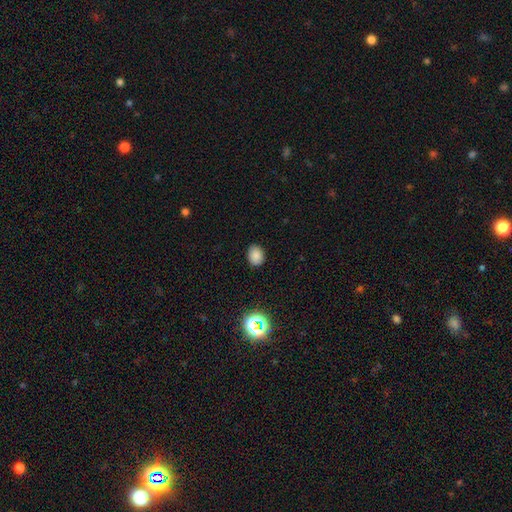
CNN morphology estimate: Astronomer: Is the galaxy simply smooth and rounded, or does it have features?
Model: smooth — 82%.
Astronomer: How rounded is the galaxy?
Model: in between — 56% (runner-up: round, 43%).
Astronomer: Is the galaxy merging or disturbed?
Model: none — 87%.